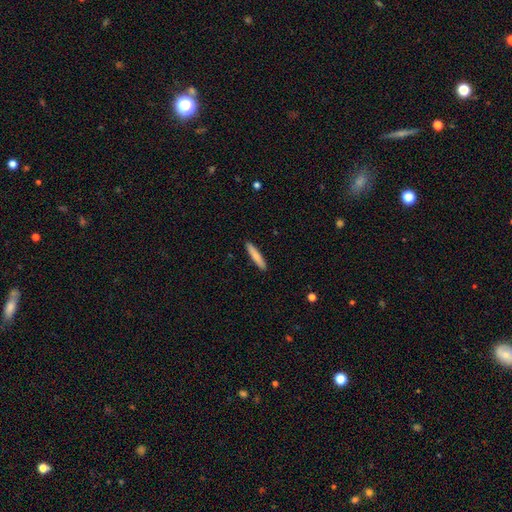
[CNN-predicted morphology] Smooth or featured? smooth (78%)
How rounded? cigar-shaped (91%)
Merging? none (91%)